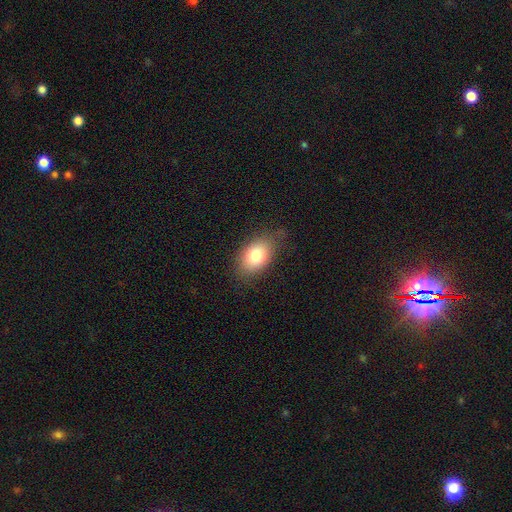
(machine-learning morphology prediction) This is clearly a smooth galaxy (83%). How rounded: clearly in between (88%). Merging: likely none (72%).